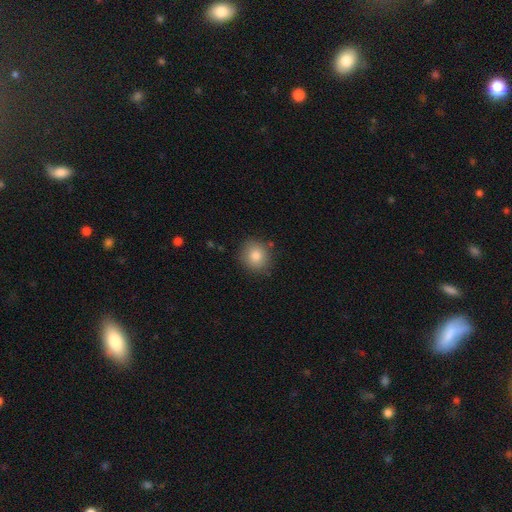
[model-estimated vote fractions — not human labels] Morphology: type=smooth (82%); roundness=round (86%); merging=none (87%).